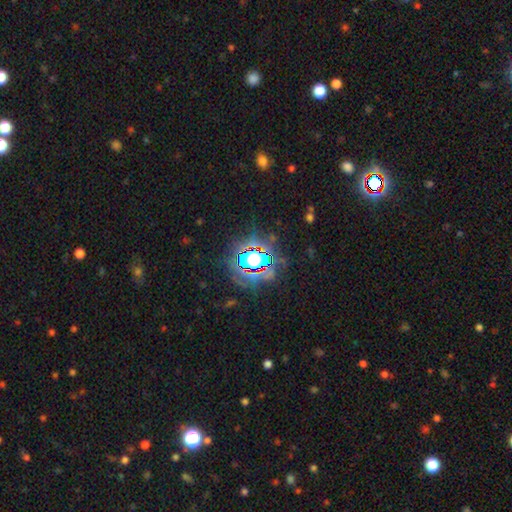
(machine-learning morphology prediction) Smooth or featured? Predicted: star or artifact (p=0.72).